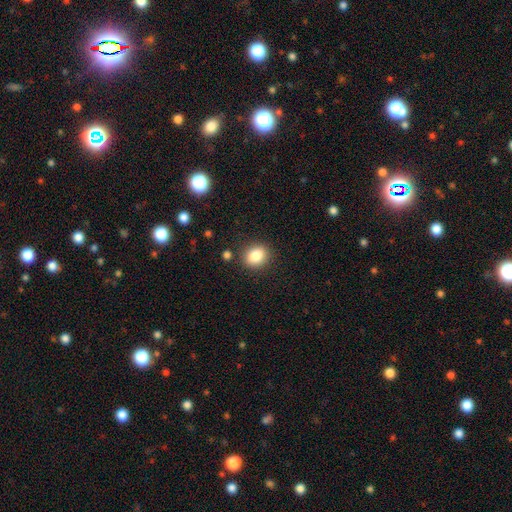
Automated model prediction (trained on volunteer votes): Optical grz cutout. It shows a smooth galaxy with no disk features (84%) that is round (62%). Merging: none (86%).